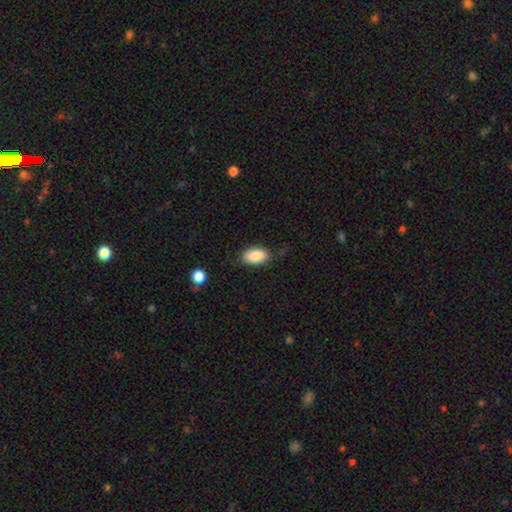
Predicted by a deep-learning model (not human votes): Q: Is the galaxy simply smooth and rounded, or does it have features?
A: smooth — 88%.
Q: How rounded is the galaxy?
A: in between — 94%.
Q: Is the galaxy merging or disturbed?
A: none — 79%.